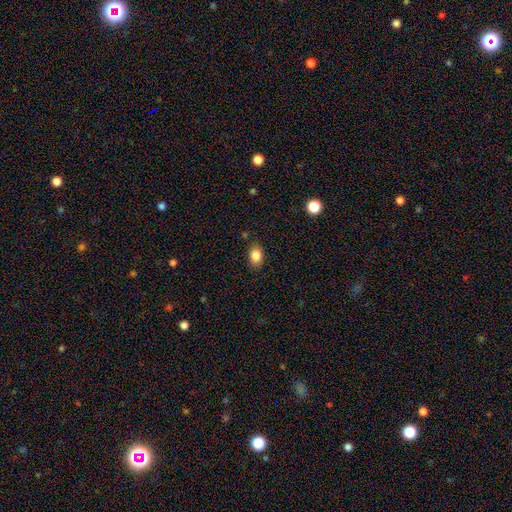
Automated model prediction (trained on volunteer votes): smooth 85%, star or artifact 9%, featured or disk 6%. Down the decision tree: how rounded — in between (76%); merging — none (85%).